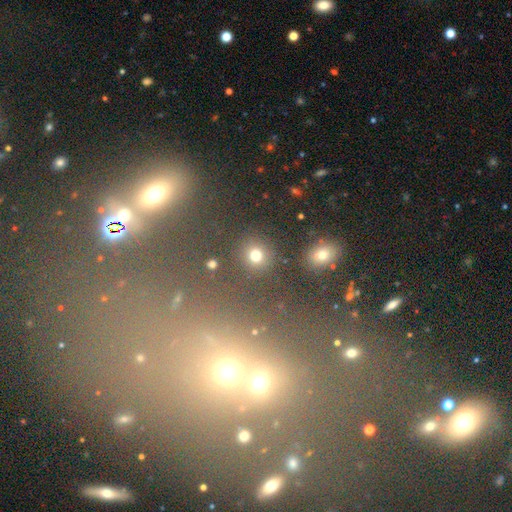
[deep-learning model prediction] Smooth or featured?
  - smooth: 72% *
  - star or artifact: 22%
  - featured or disk: 6%
How rounded?
  - round: 90% *
  - in between: 8%
  - cigar-shaped: 1%
Merging?
  - none: 86% *
  - minor disturbance: 6%
  - merger: 4%
  - major disturbance: 3%